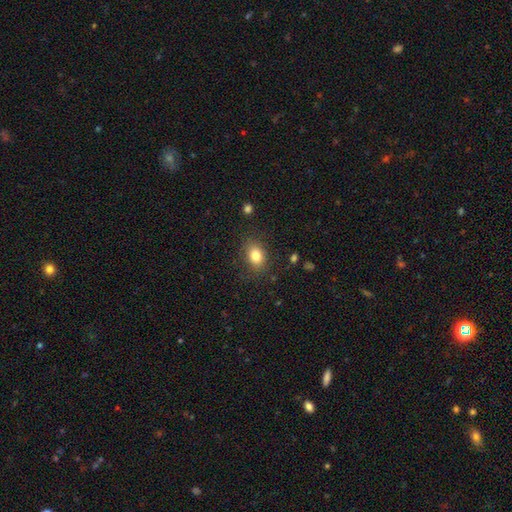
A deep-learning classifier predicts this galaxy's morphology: smooth_or_featured: smooth (p=0.82) [alt: star or artifact p=0.10]
how_rounded: in between (p=0.68) [alt: round p=0.31]
merging: none (p=0.82) [alt: minor disturbance p=0.12]